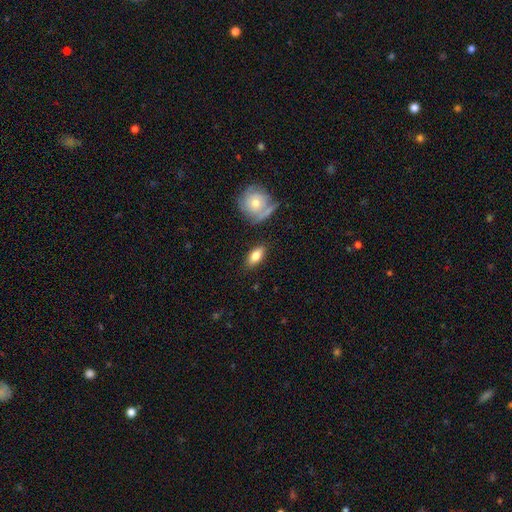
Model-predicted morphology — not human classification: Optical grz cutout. It shows a smooth galaxy with no disk features (77%) that is in between round and cigar-shaped (85%). Merging: none (81%).